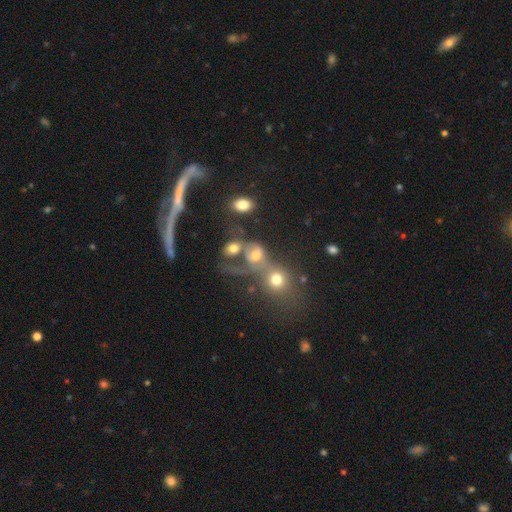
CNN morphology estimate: smooth_or_featured: smooth (p=0.52) [alt: featured or disk p=0.26]
how_rounded: round (p=0.70) [alt: in between p=0.26]
merging: merger (p=0.50) [alt: none p=0.28]